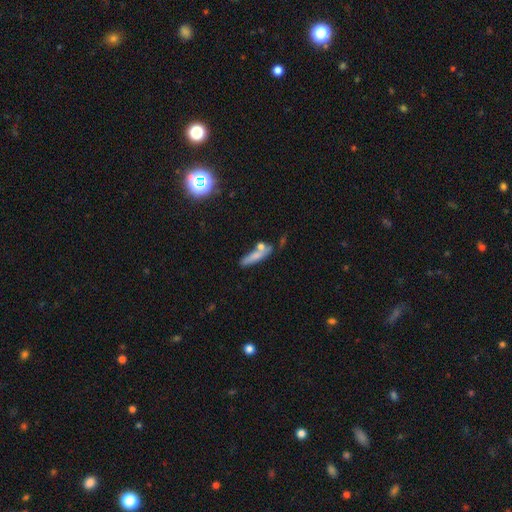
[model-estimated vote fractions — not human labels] Smooth or featured: smooth — 70% (featured or disk — 22%)
How rounded: cigar-shaped — 73% (in between — 23%)
Merging: none — 54% (merger — 21%)